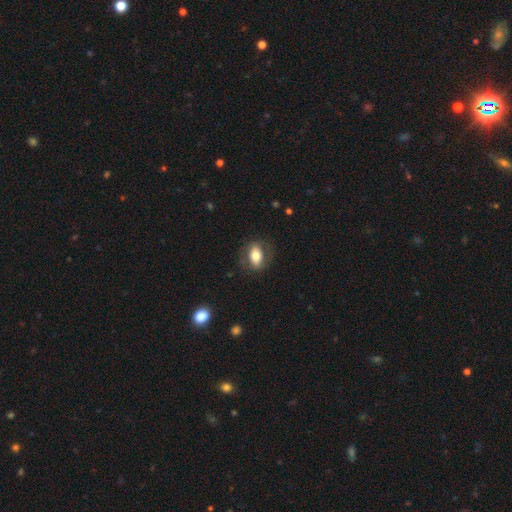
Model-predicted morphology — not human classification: Smooth or featured: smooth — 65% (featured or disk — 28%)
How rounded: in between — 84% (round — 12%)
Merging: none — 78% (minor disturbance — 14%)